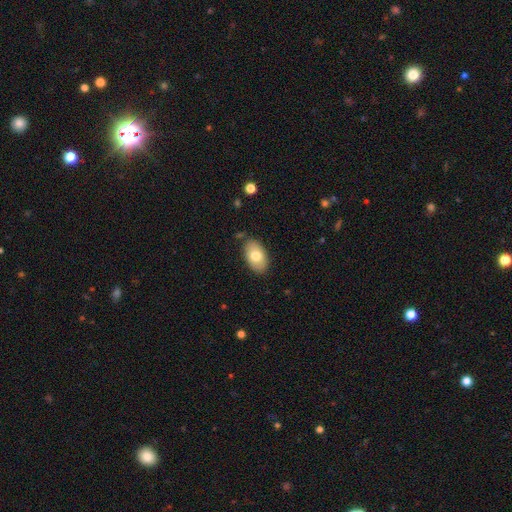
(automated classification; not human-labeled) Smooth or featured?
  - smooth: 76% *
  - featured or disk: 17%
  - star or artifact: 7%
How rounded?
  - in between: 93% *
  - round: 6%
  - cigar-shaped: 1%
Merging?
  - none: 84% *
  - minor disturbance: 12%
  - major disturbance: 2%
  - merger: 2%